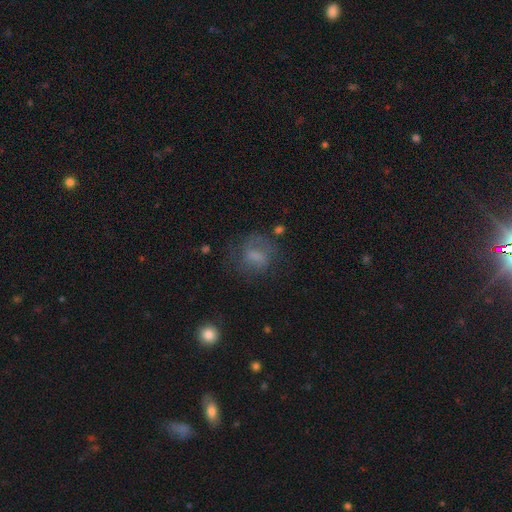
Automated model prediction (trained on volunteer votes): The model was most divided on "smooth or featured": smooth: 50%, featured or disk: 37%, star or artifact: 13%. More confident: how rounded — round (61%); merging — none (54%).